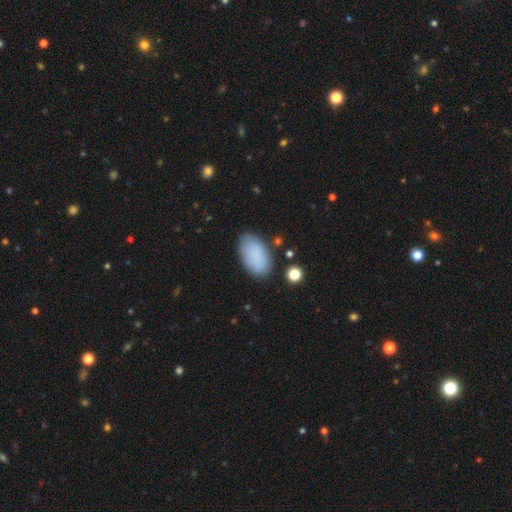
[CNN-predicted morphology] Smooth or featured: smooth — 87% (star or artifact — 7%)
How rounded: in between — 95% (round — 4%)
Merging: none — 82% (minor disturbance — 13%)